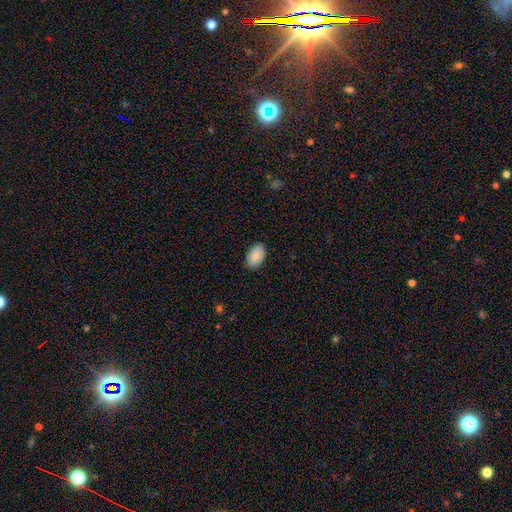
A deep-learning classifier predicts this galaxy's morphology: type=smooth (88%); roundness=in between (93%); merging=none (87%).